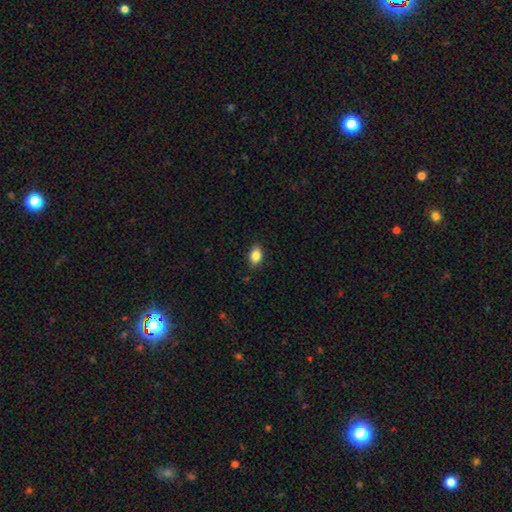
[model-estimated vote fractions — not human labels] Morphology: type=smooth (85%); roundness=in between (85%); merging=none (87%).